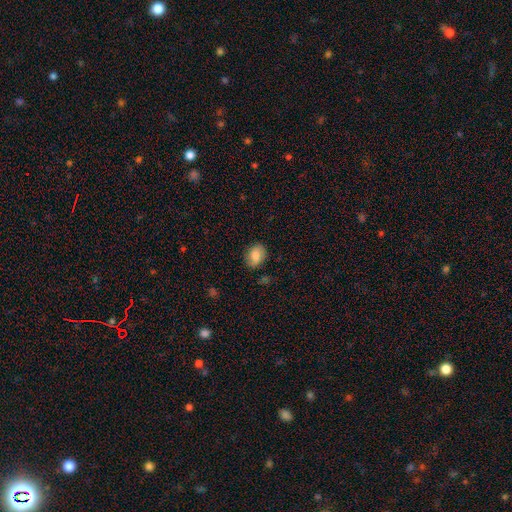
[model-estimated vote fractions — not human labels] smooth 79%, featured or disk 13%, star or artifact 8%. Down the decision tree: how rounded — in between (69%); merging — none (81%).